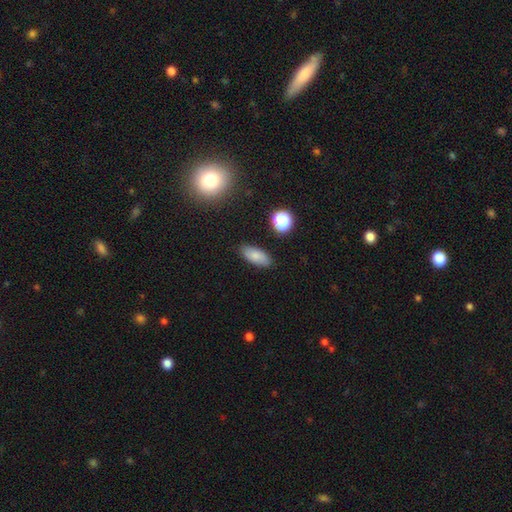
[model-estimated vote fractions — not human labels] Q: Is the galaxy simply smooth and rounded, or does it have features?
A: smooth — 80%.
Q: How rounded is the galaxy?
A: in between — 84%.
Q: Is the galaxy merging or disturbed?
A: none — 86%.